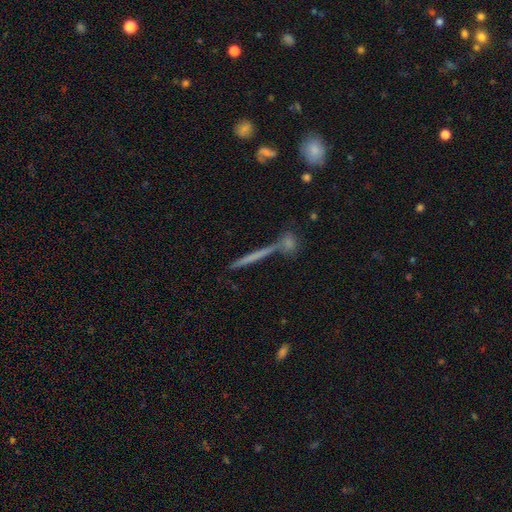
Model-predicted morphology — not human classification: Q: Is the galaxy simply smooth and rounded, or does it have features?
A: featured or disk — 48%.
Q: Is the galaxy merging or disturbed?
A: none — 73%.